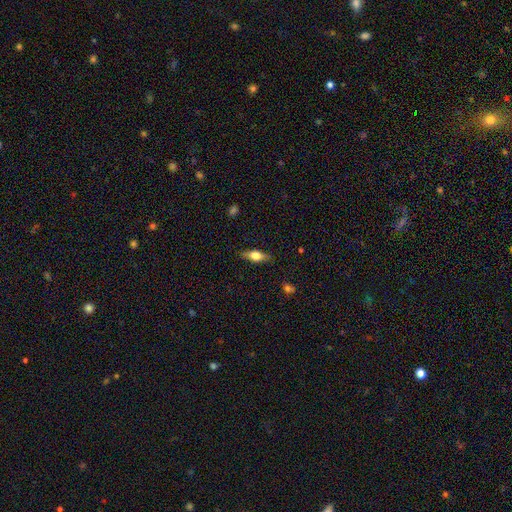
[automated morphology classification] smooth_or_featured: smooth (p=0.55) [alt: featured or disk p=0.38]
how_rounded: in between (p=0.64) [alt: cigar-shaped p=0.31]
merging: none (p=0.84) [alt: minor disturbance p=0.12]